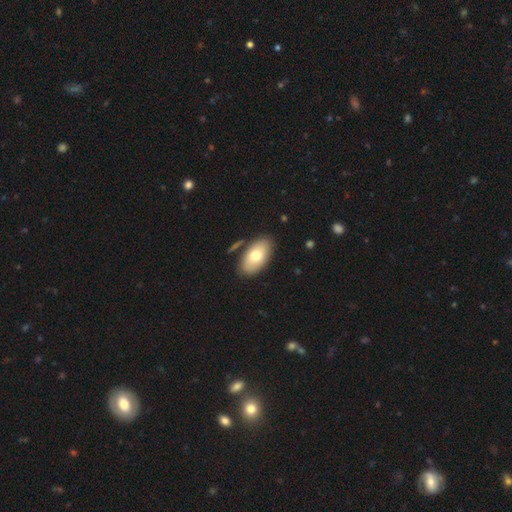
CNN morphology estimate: Overall: smooth (72%). How rounded: in between (94%). Merging: none (82%).